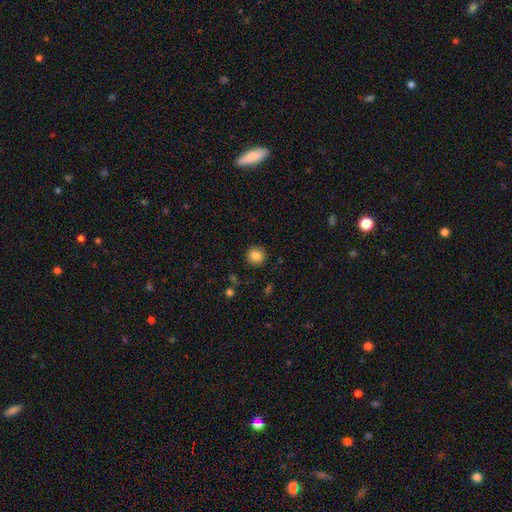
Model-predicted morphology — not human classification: A smooth galaxy with no disk features (85%) that is round (88%).

Vote fractions:
- Smooth or featured? smooth: 85% / star or artifact: 10% / featured or disk: 6%
- How rounded? round: 88% / in between: 11% / cigar-shaped: 1%
- Merging? none: 90% / minor disturbance: 6% / major disturbance: 2% / merger: 1%